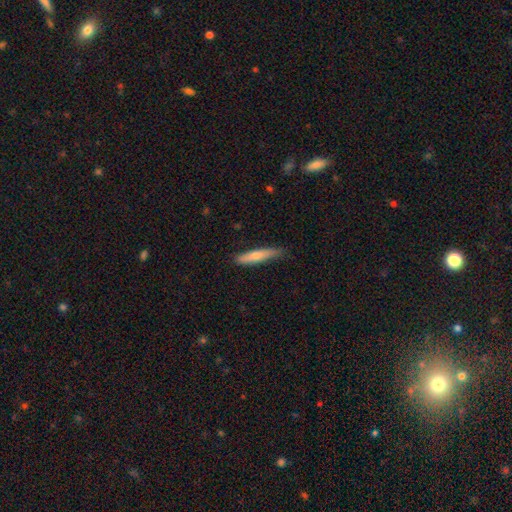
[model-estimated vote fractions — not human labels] smooth_or_featured: smooth (p=0.68) [alt: featured or disk p=0.26]
how_rounded: cigar-shaped (p=0.86) [alt: in between p=0.12]
merging: none (p=0.76) [alt: minor disturbance p=0.20]